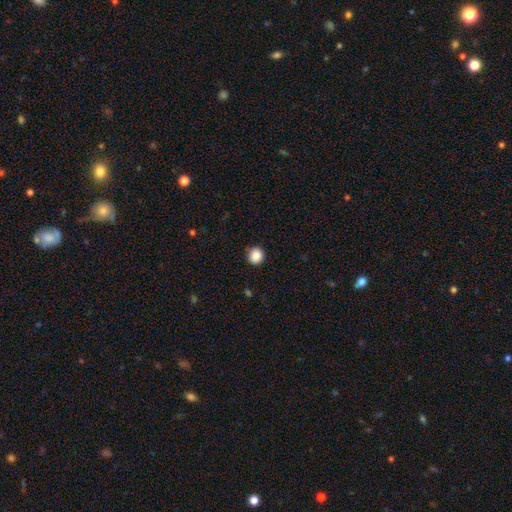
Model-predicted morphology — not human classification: Smooth or featured? Predicted: smooth (p=0.87). How rounded? Predicted: round (p=0.91). Merging? Predicted: none (p=0.90).